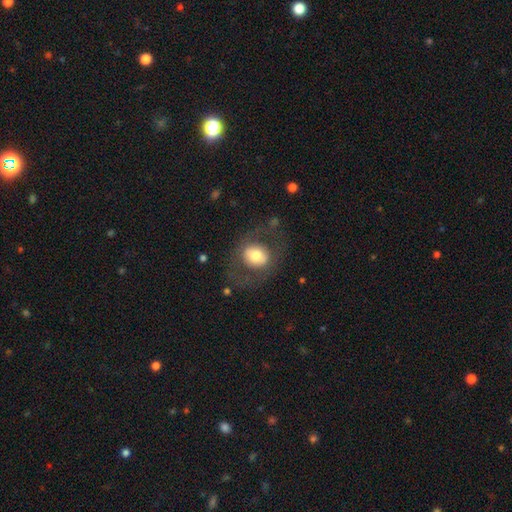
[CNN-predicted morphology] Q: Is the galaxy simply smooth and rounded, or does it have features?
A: smooth — 60%.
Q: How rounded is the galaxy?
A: round — 62%.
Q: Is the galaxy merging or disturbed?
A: none — 68%.